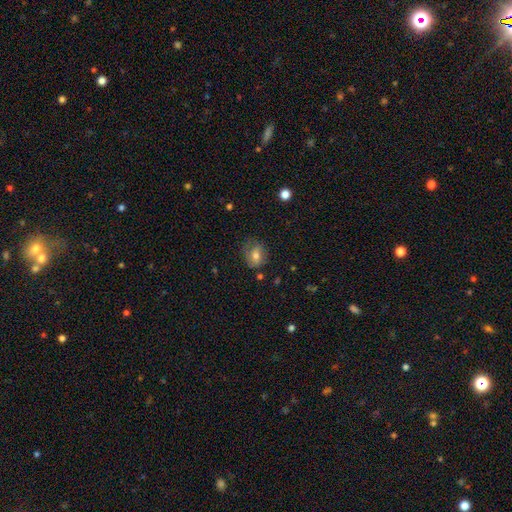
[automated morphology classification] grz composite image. It shows a smooth galaxy with no disk features (66%) that is round (50%). Merging: none (58%).